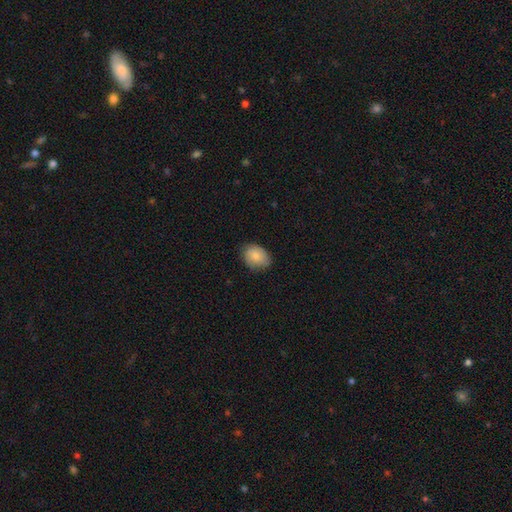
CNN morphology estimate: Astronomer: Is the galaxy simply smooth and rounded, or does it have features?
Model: smooth — 83%.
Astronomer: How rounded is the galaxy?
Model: in between — 66%.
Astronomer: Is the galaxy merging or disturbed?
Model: none — 76%.